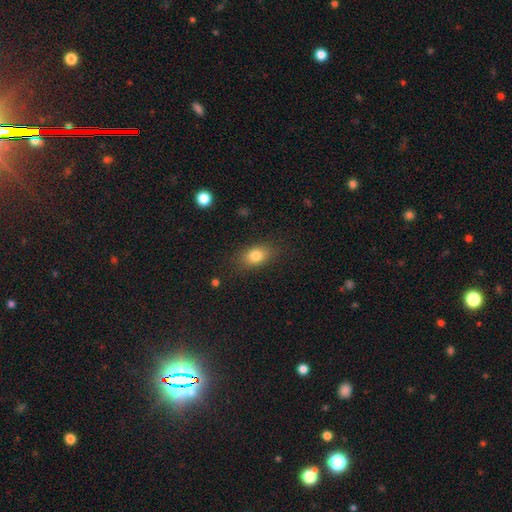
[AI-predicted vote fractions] Smooth or featured? Predicted: smooth (p=0.81). How rounded? Predicted: in between (p=0.80). Merging? Predicted: none (p=0.83).